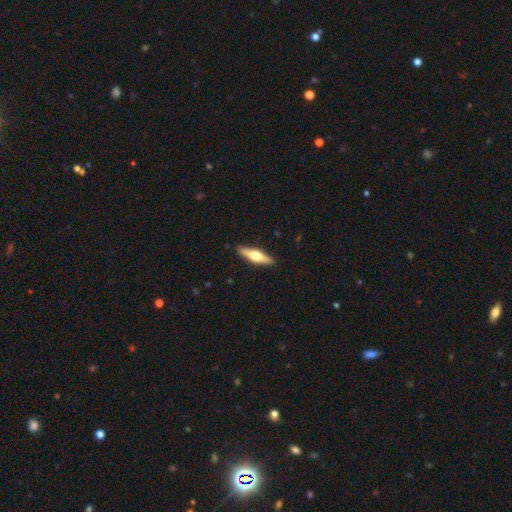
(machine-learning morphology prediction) featured or disk 61%, smooth 34%, star or artifact 5%. Down the decision tree: edge-on disk — yes (96%); edge-on bulge — rounded (95%); merging — none (91%).